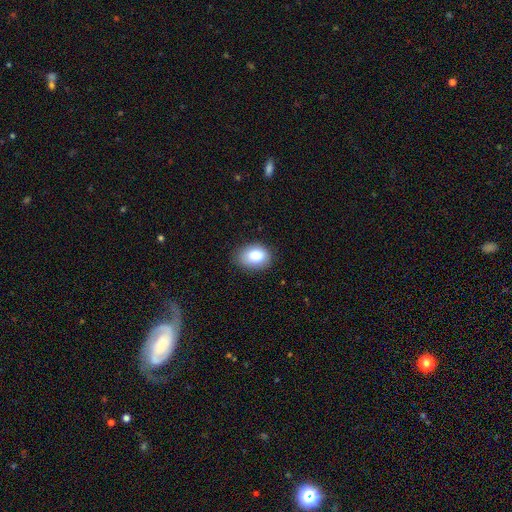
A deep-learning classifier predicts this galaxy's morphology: Q: Smooth or featured?
A: smooth (85%); runner-up: star or artifact (8%)
Q: How rounded?
A: in between (79%); runner-up: round (20%)
Q: Merging?
A: none (77%); runner-up: minor disturbance (18%)